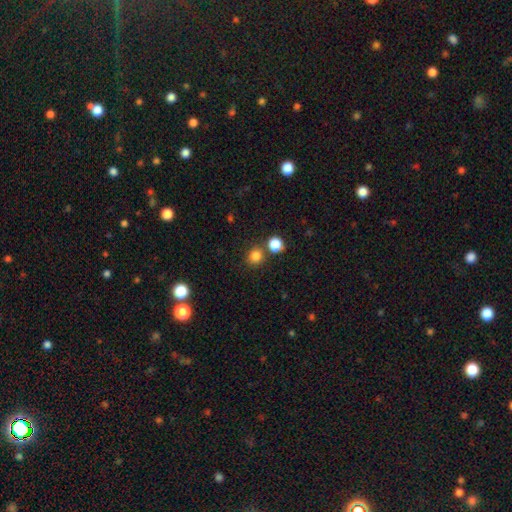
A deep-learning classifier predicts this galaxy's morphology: smooth 82%, star or artifact 14%, featured or disk 5%. Down the decision tree: how rounded — round (86%); merging — none (76%).